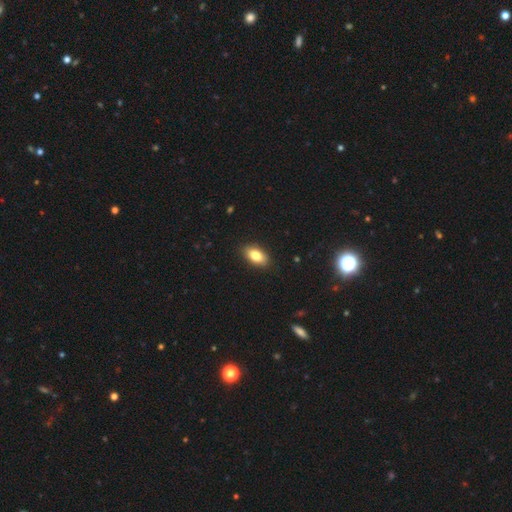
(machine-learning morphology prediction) Q: Smooth or featured?
A: smooth (84%); runner-up: featured or disk (9%)
Q: How rounded?
A: in between (91%); runner-up: round (5%)
Q: Merging?
A: none (88%); runner-up: minor disturbance (9%)